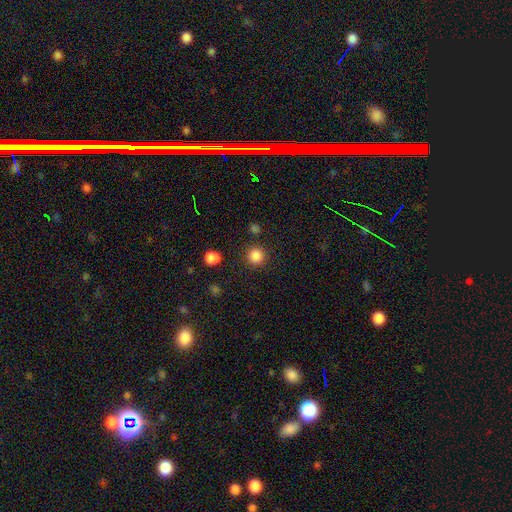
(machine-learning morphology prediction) type=smooth (85%); roundness=round (94%); merging=none (88%).